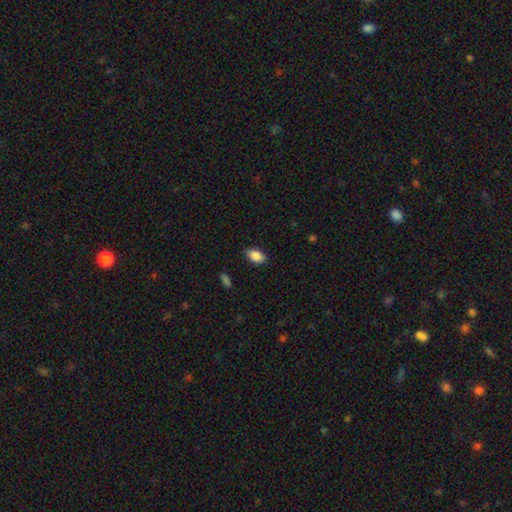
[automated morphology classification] Smooth or featured? Predicted: smooth (p=0.88). How rounded? Predicted: in between (p=0.91). Merging? Predicted: none (p=0.86).